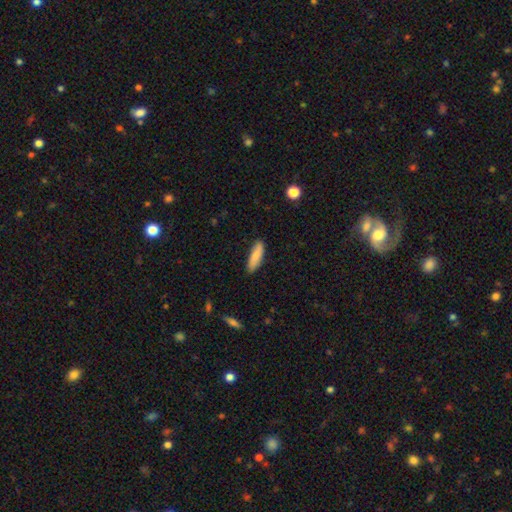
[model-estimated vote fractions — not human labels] Q: Smooth or featured?
A: smooth (83%); runner-up: featured or disk (12%)
Q: How rounded?
A: cigar-shaped (60%); runner-up: in between (39%)
Q: Merging?
A: none (86%); runner-up: minor disturbance (11%)